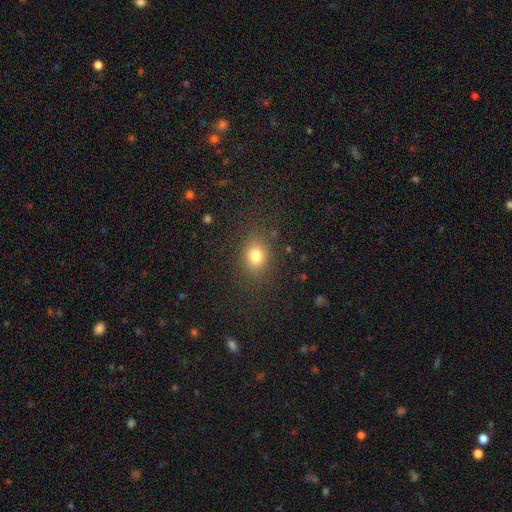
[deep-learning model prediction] A smooth galaxy with no disk features (78%) that is round (56%).

Vote fractions:
- Smooth or featured? smooth: 78% / star or artifact: 14% / featured or disk: 8%
- How rounded? round: 56% / in between: 43% / cigar-shaped: 1%
- Merging? none: 83% / minor disturbance: 11% / major disturbance: 5% / merger: 2%